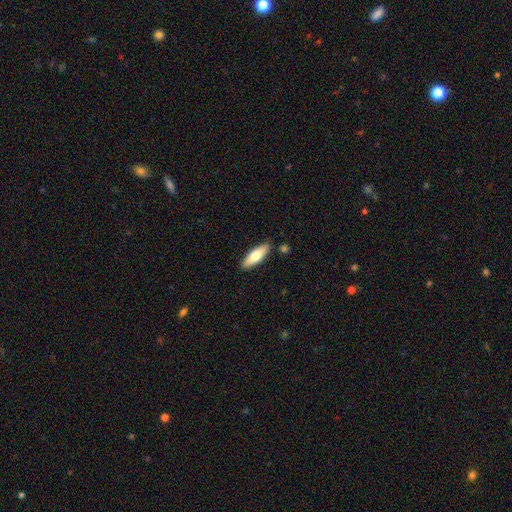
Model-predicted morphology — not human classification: smooth-or-featured: smooth: 67% | featured or disk: 27% | star or artifact: 5%
  how-rounded: in between: 54% | cigar-shaped: 44% | round: 2%
  merging: none: 87% | minor disturbance: 9% | merger: 3% | major disturbance: 2%